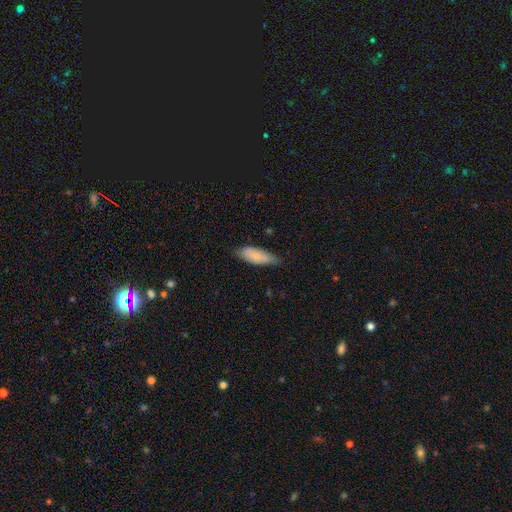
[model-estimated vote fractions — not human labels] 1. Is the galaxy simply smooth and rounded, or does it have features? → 80% smooth, 14% featured or disk, 6% star or artifact.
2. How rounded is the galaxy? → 69% in between, 29% cigar-shaped, 2% round.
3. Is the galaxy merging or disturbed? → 70% none, 26% minor disturbance, 3% major disturbance, 1% merger.